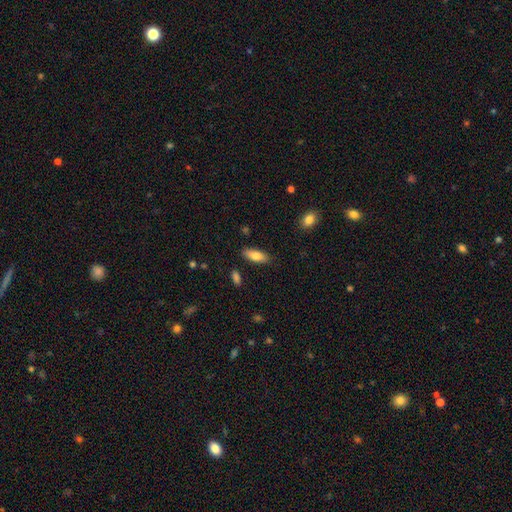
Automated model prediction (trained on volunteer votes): Smooth or featured?
  - smooth: 81% *
  - featured or disk: 13%
  - star or artifact: 6%
How rounded?
  - in between: 75% *
  - cigar-shaped: 23%
  - round: 2%
Merging?
  - none: 85% *
  - minor disturbance: 11%
  - major disturbance: 2%
  - merger: 2%